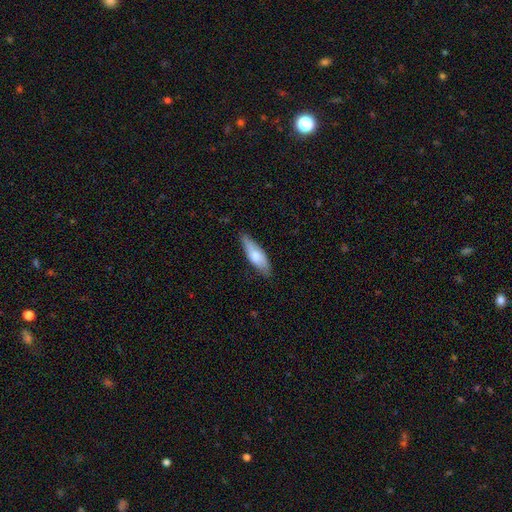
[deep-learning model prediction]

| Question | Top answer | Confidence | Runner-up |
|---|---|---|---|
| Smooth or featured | smooth | 69% | featured or disk (25%) |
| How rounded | in between | 55% | cigar-shaped (44%) |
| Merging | none | 77% | minor disturbance (19%) |